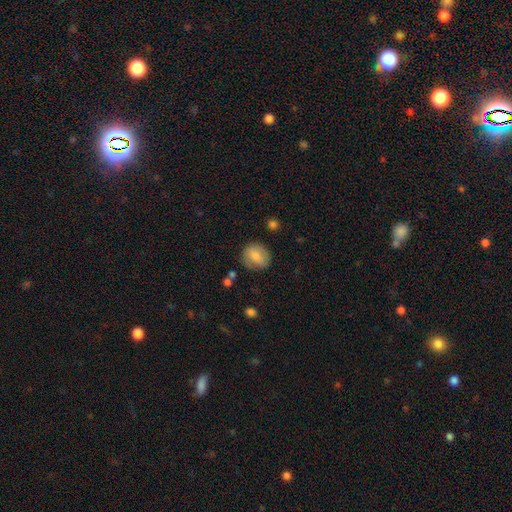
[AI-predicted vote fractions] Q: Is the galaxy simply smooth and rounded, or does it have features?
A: smooth — 74%.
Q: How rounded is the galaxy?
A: round — 69%.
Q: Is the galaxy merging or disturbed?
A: none — 76%.